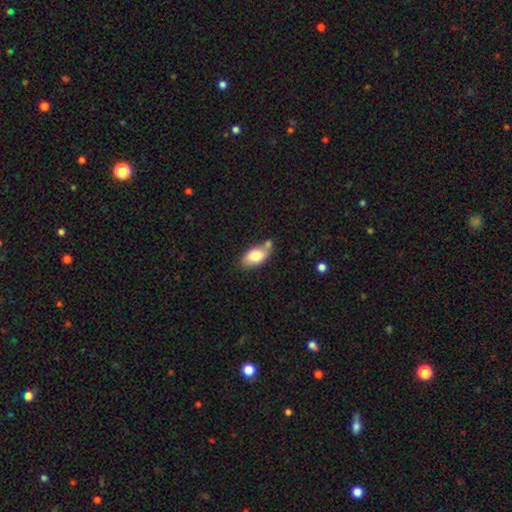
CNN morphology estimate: Smooth or featured?
  - smooth: 79% *
  - featured or disk: 14%
  - star or artifact: 7%
How rounded?
  - in between: 91% *
  - round: 5%
  - cigar-shaped: 3%
Merging?
  - none: 56% *
  - merger: 20%
  - minor disturbance: 19%
  - major disturbance: 5%